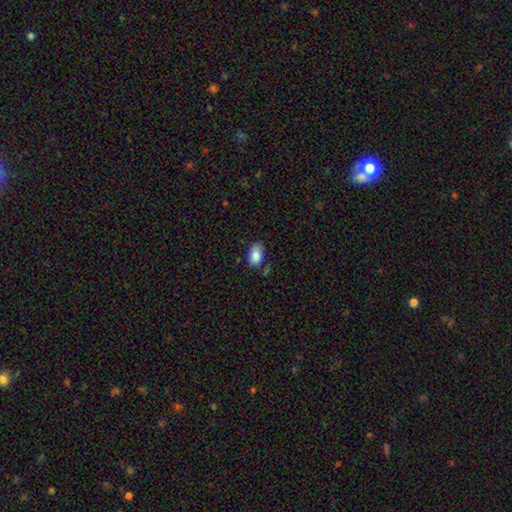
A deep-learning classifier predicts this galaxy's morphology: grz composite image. It shows a smooth galaxy with no disk features (86%) that is in between round and cigar-shaped (90%). Merging: none (70%).